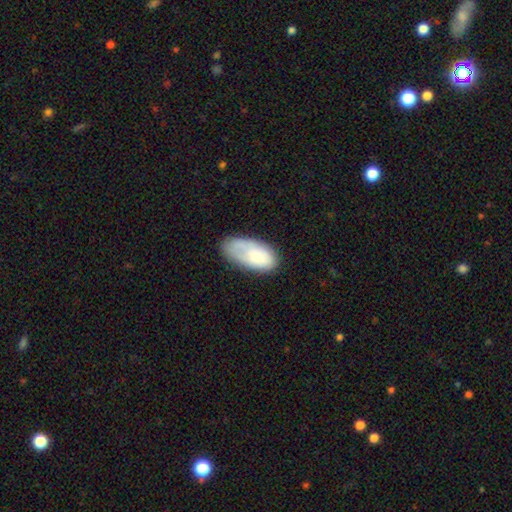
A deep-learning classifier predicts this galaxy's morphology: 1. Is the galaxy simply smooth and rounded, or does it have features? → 72% smooth, 21% featured or disk, 7% star or artifact.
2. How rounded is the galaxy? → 94% in between, 4% cigar-shaped, 2% round.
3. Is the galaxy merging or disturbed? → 51% none, 32% minor disturbance, 13% major disturbance, 4% merger.